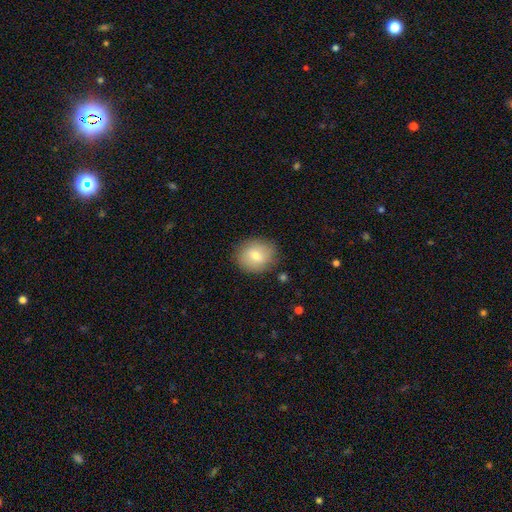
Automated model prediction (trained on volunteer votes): Smooth or featured? smooth (73%)
How rounded? round (72%)
Merging? none (85%)